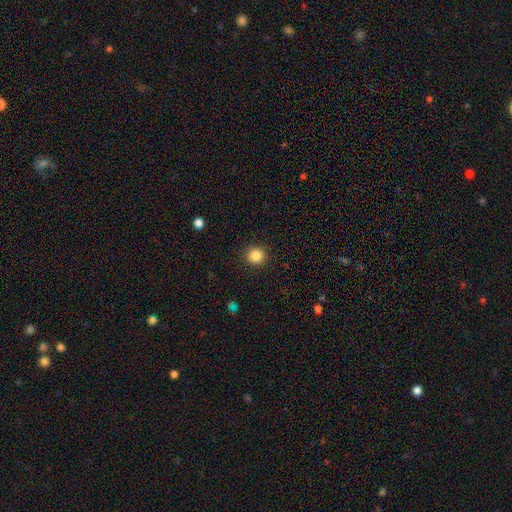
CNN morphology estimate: This is clearly a smooth galaxy (85%). How rounded: clearly round (91%). Merging: clearly none (91%).